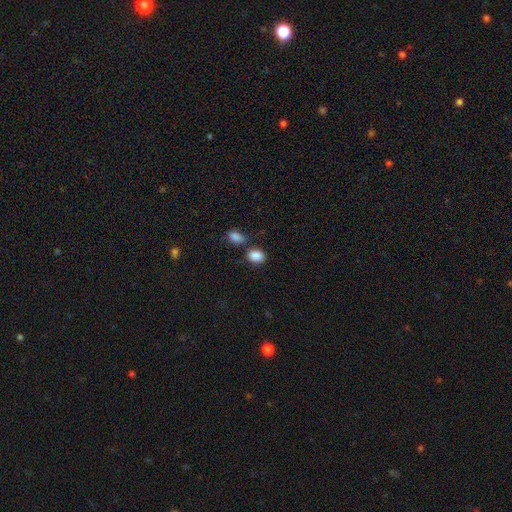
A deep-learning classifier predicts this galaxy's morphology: Q: Smooth or featured?
A: smooth (87%); runner-up: star or artifact (9%)
Q: How rounded?
A: in between (69%); runner-up: round (30%)
Q: Merging?
A: none (66%); runner-up: merger (16%)